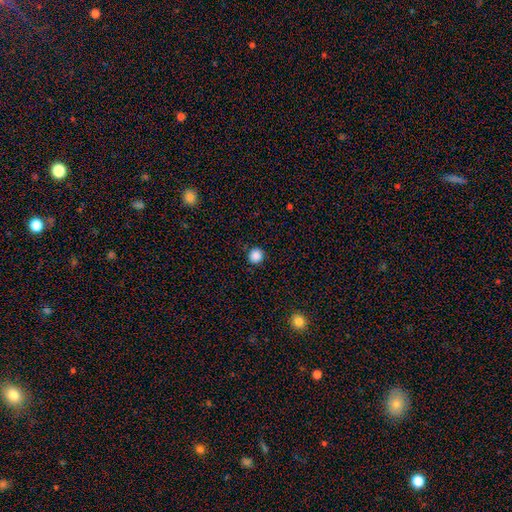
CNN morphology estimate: This is clearly a smooth galaxy (87%). How rounded: clearly round (93%). Merging: clearly none (90%).